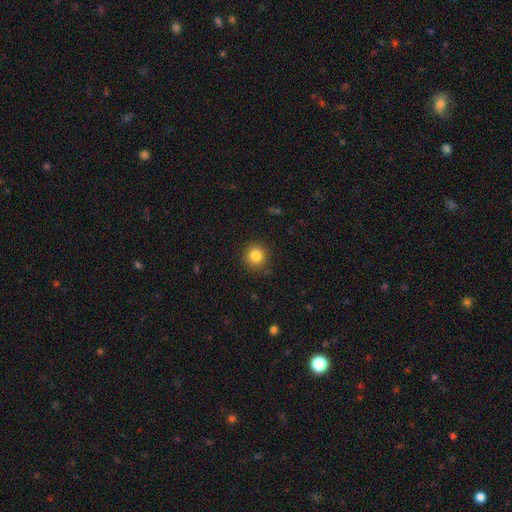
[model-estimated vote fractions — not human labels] smooth_or_featured: smooth (p=0.84) [alt: star or artifact p=0.11]
how_rounded: round (p=0.93) [alt: in between p=0.06]
merging: none (p=0.88) [alt: minor disturbance p=0.09]